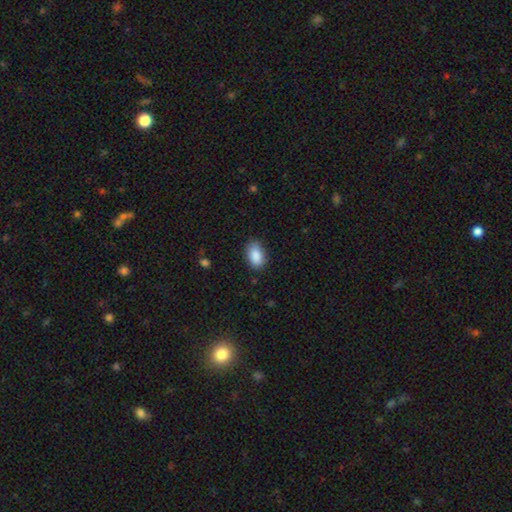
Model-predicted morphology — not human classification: type=smooth (89%); roundness=in between (92%); merging=none (83%).